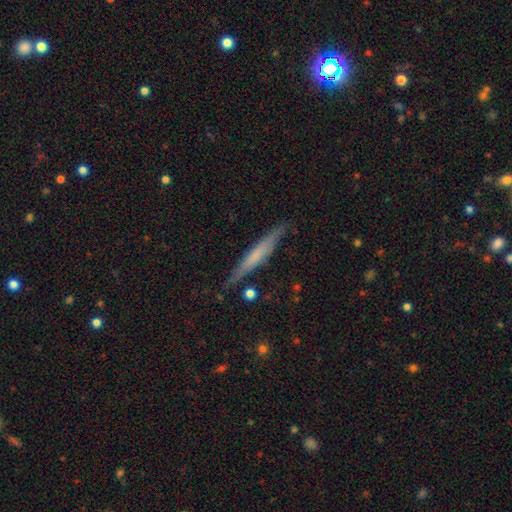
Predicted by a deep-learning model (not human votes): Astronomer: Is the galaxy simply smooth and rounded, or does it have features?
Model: smooth — 48% (runner-up: featured or disk, 46%).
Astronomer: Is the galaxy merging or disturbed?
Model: none — 82%.